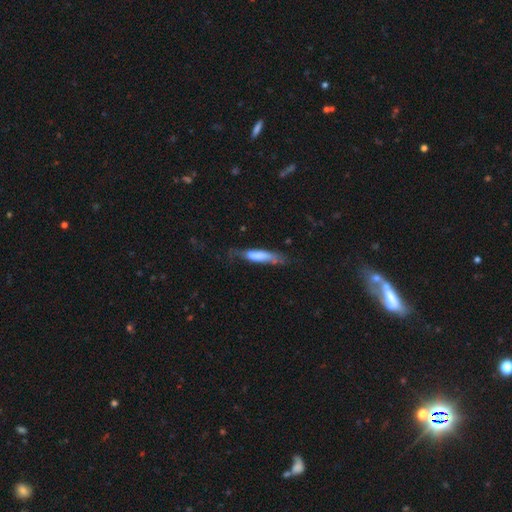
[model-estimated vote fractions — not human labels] This appears to be a smooth galaxy with no disk features (63%) that is cigar-shaped (74%). Merging: none (45%).